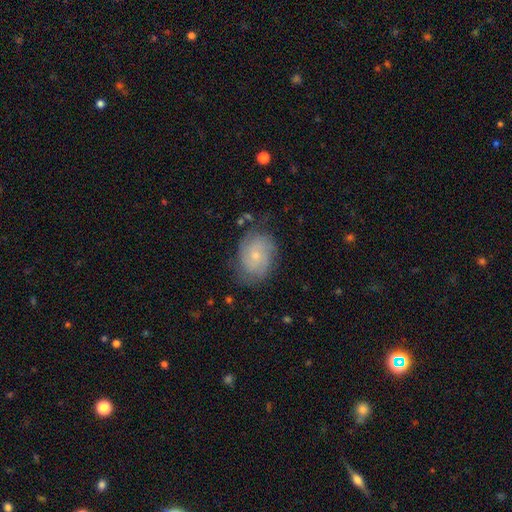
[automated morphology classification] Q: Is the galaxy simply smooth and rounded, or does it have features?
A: featured or disk — 60%.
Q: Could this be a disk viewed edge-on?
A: no — 97%.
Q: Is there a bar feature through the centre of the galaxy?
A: no — 78%.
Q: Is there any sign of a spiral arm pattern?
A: yes — 87%.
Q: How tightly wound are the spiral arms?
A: tight — 53%.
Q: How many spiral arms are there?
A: can't tell — 39%.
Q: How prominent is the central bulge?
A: small — 74%.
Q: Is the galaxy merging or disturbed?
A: none — 69%.